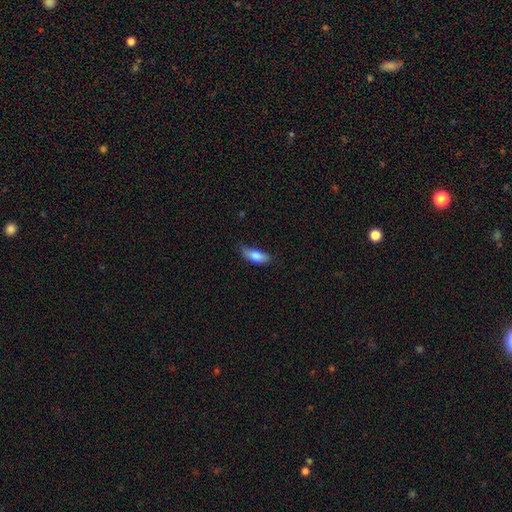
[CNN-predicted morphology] The model was most divided on "merging": none: 53%, minor disturbance: 36%, major disturbance: 9%, merger: 2%. More confident: smooth or featured — smooth (80%); how rounded — in between (73%).